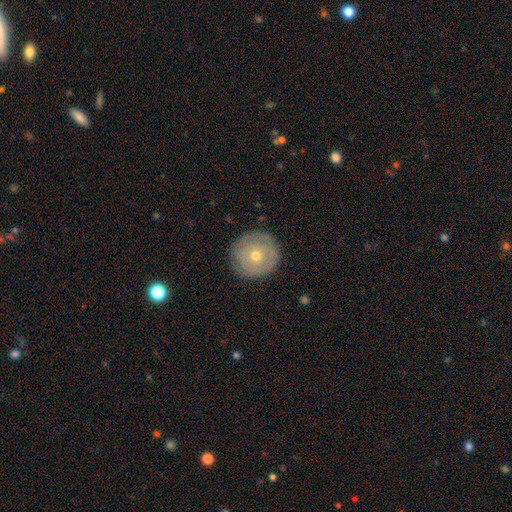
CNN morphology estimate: The model was most divided on "smooth or featured": smooth: 52%, featured or disk: 40%, star or artifact: 8%. More confident: how rounded — round (95%); merging — none (87%).